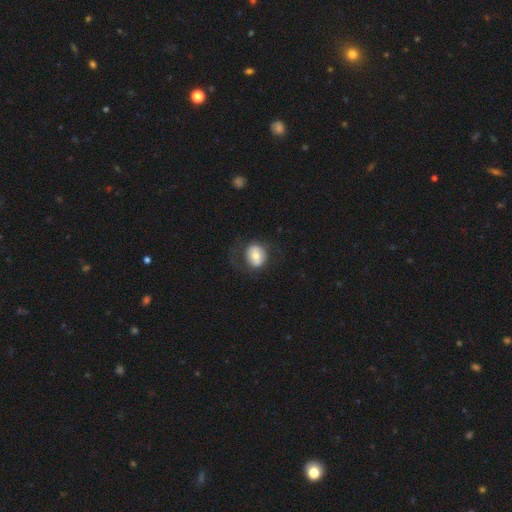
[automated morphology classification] Overall: smooth (63%; featured or disk 29%). How rounded: round (64%; in between 34%). Merging: none (67%).